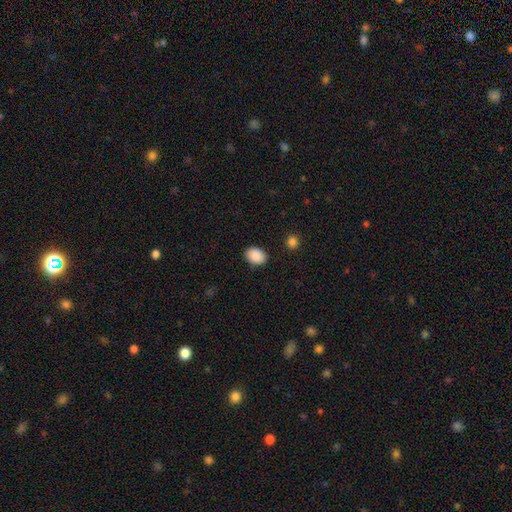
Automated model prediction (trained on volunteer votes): smooth 90%, star or artifact 7%, featured or disk 3%. Down the decision tree: how rounded — in between (74%); merging — none (88%).